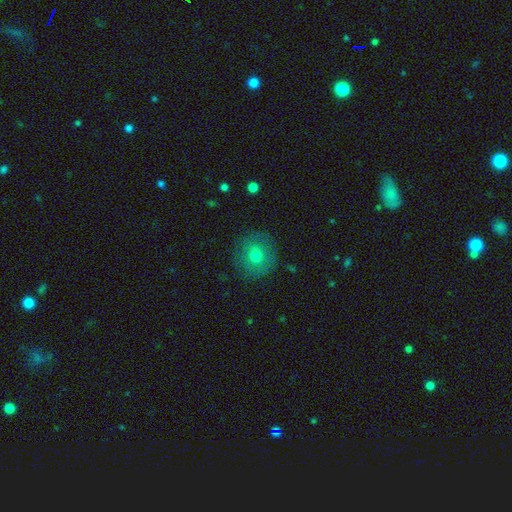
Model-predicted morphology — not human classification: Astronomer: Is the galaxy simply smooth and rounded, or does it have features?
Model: smooth — 69%.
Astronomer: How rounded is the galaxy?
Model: round — 91%.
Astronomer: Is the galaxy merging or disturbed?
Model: none — 85%.